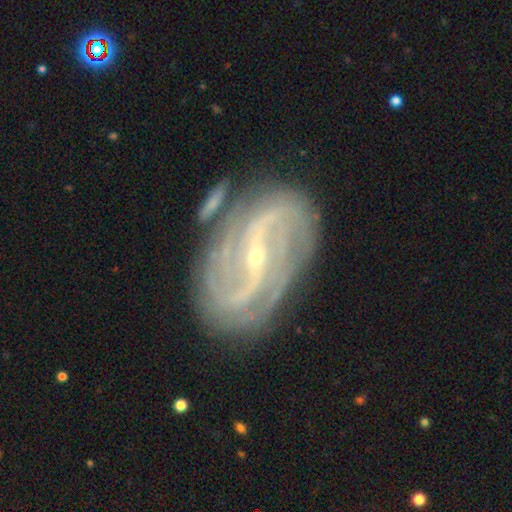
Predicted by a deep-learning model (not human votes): This is clearly a featured or disk galaxy (91%). It is clearly not viewed edge-on (97%). Bar: marginally strong (45%). Spiral arm pattern: clearly yes (97%). Spiral arm count: likely 2 (60%). Spiral winding: possibly medium (45%). Central bulge: clearly small (82%). Merging: likely none (71%).